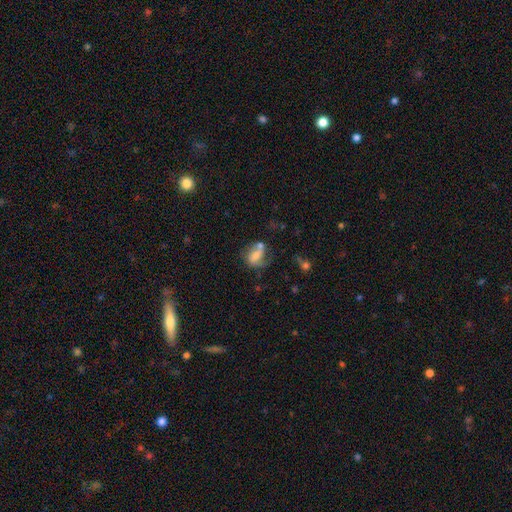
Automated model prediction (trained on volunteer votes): smooth-or-featured: smooth: 47% | featured or disk: 43% | star or artifact: 10%
  merging: none: 38% | merger: 24% | minor disturbance: 21% | major disturbance: 18%